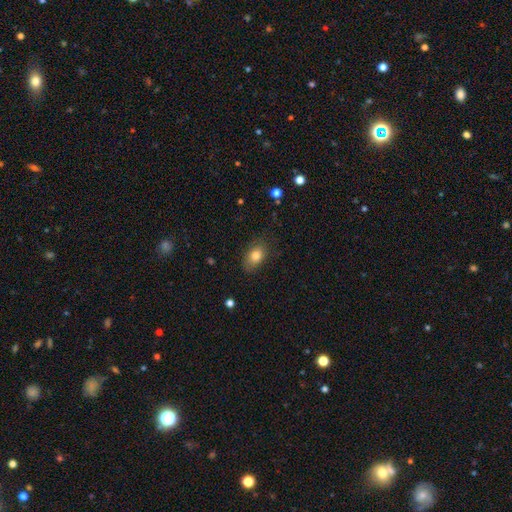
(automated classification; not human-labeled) Overall: smooth (80%). How rounded: in between (85%). Merging: none (77%).